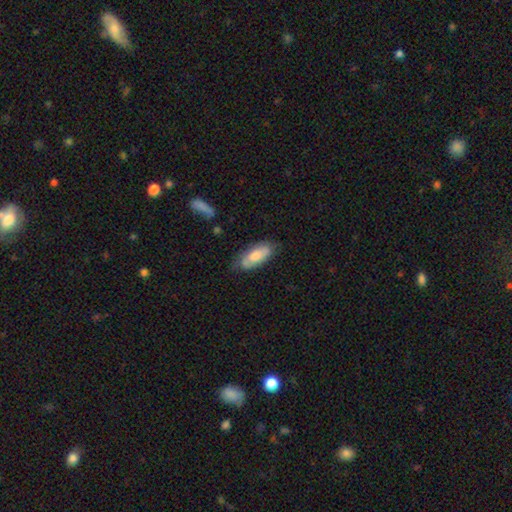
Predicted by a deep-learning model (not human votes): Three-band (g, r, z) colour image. It shows a smooth galaxy with no disk features (63%) that is in between round and cigar-shaped (79%). Merging: none (65%).